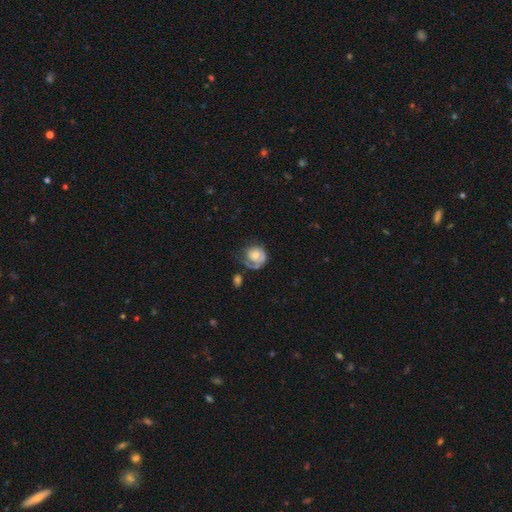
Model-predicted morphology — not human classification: A featured or disk galaxy (47%).

Vote fractions:
- Smooth or featured? featured or disk: 47% / smooth: 46% / star or artifact: 7%
- Merging? none: 41% / major disturbance: 28% / minor disturbance: 24% / merger: 7%